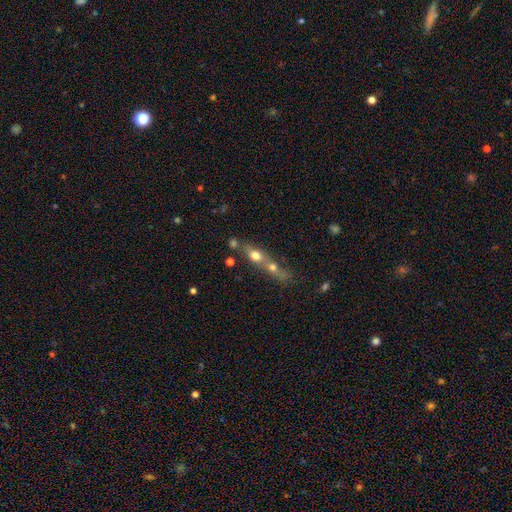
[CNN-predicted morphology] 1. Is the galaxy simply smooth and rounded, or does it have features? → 60% smooth, 28% featured or disk, 12% star or artifact.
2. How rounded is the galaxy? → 40% in between, 31% cigar-shaped, 29% round.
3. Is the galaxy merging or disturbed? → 63% merger, 24% none, 7% minor disturbance, 6% major disturbance.